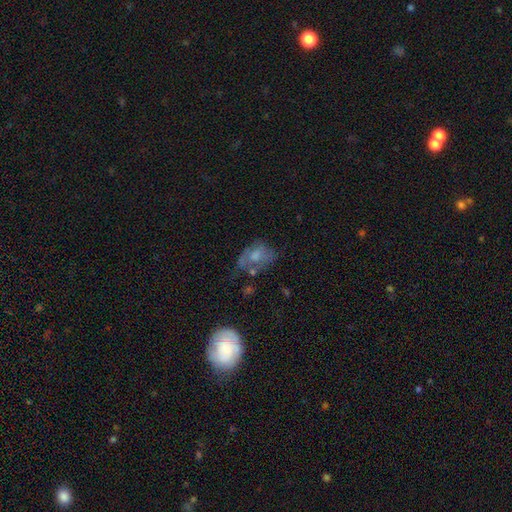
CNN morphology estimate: A featured or disk galaxy (48%). Merging: none (35%).